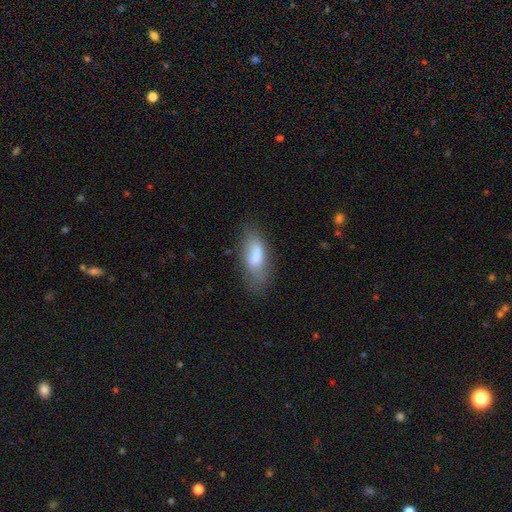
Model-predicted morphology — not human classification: A smooth galaxy with no disk features (75%) that is in between round and cigar-shaped (83%). Merging: none (55%).